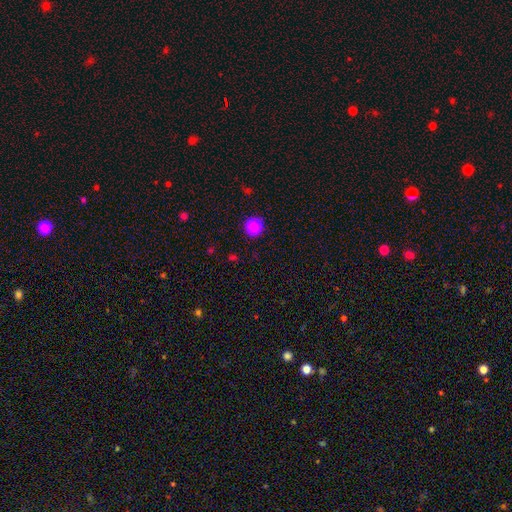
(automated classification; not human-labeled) The model was most divided on "smooth or featured": smooth: 65%, star or artifact: 30%, featured or disk: 5%. More confident: how rounded — round (89%); merging — none (86%).